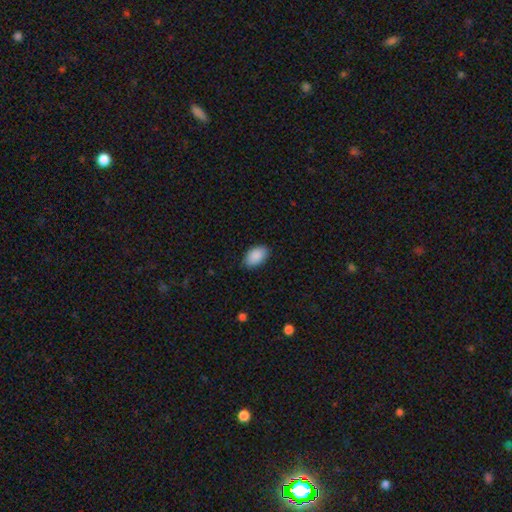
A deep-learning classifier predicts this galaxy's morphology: Smooth or featured: smooth — 90% (star or artifact — 6%)
How rounded: in between — 92% (round — 6%)
Merging: none — 84% (minor disturbance — 13%)